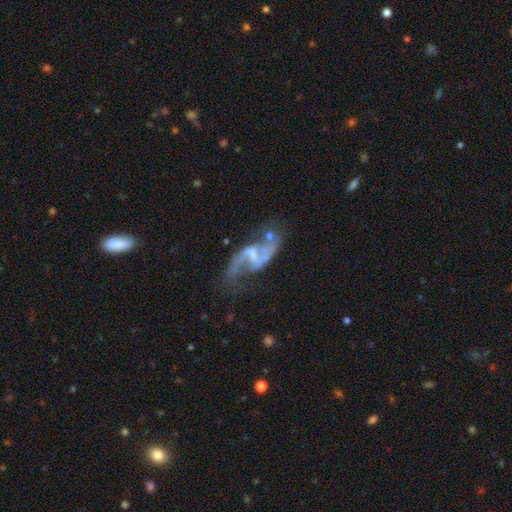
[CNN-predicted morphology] A featured or disk galaxy (87%) with a weak bar (50%), 2 (90%) loose (69%) spiral arms (92%) and a small central bulge (47%).

Vote fractions:
- Smooth or featured? featured or disk: 87% / smooth: 7% / star or artifact: 7%
- Edge-on disk? no: 96% / yes: 4%
- Bar? weak: 50% / strong: 28% / no: 21%
- Spiral arms? yes: 92% / no: 8%
- Spiral winding? loose: 69% / medium: 26% / tight: 6%
- Spiral arm count? 2: 90% / can't tell: 3% / 1: 3% / 3: 1% / 4: 1% / more than 4: 1%
- Bulge size? small: 47% / none: 29% / moderate: 21% / large: 2% / dominant: 1%
- Merging? none: 55% / minor disturbance: 19% / major disturbance: 17% / merger: 8%